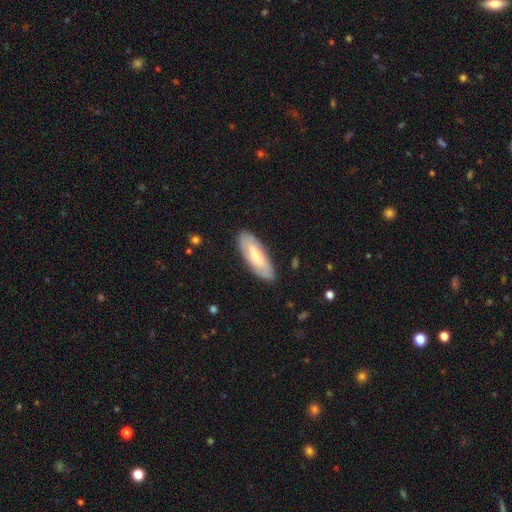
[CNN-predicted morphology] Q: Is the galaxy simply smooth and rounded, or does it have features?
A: smooth — 54%.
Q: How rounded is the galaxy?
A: in between — 65%.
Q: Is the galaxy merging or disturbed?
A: none — 85%.